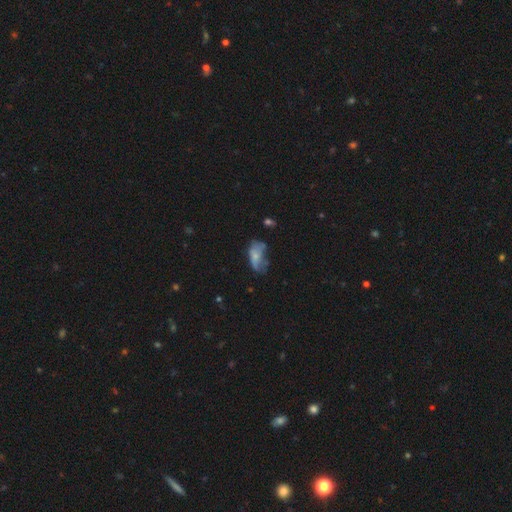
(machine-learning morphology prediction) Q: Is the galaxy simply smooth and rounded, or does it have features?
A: smooth — 55%.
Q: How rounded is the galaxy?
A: in between — 89%.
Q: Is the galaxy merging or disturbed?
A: major disturbance — 34%.